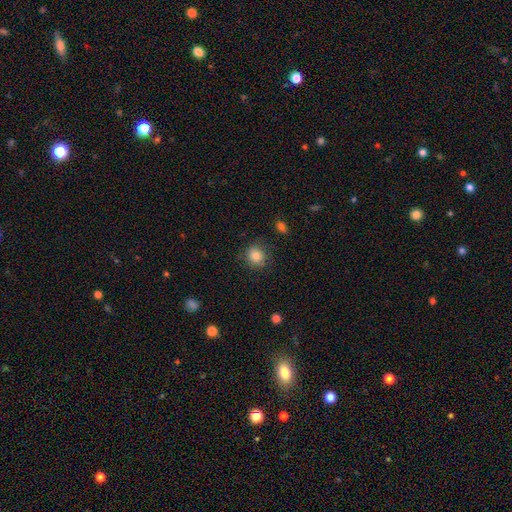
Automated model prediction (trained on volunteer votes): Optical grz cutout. It shows a smooth galaxy with no disk features (82%) that is round (80%). Merging: none (81%).